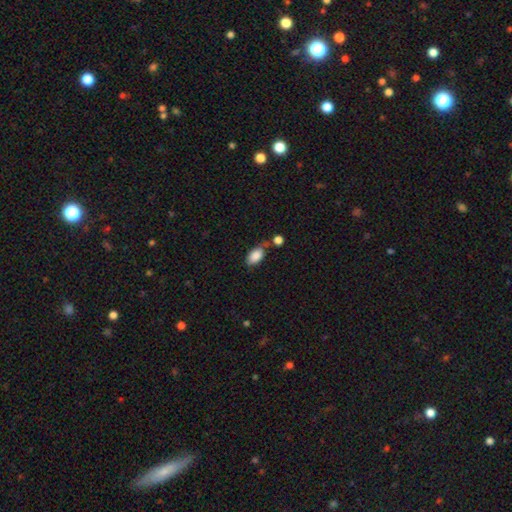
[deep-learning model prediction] Smooth or featured? smooth (86%)
How rounded? in between (93%)
Merging? none (54%)